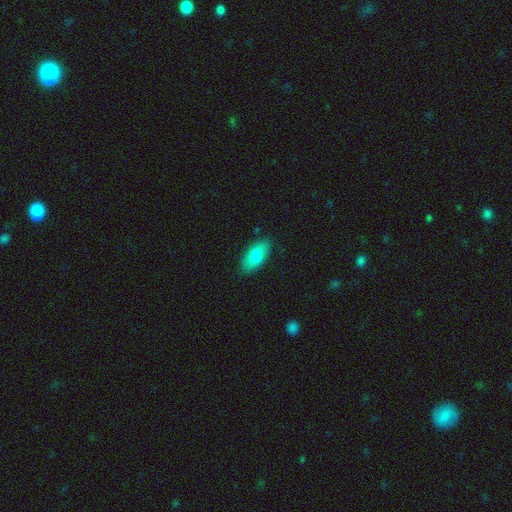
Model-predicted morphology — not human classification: Q: Smooth or featured?
A: smooth (78%); runner-up: featured or disk (16%)
Q: How rounded?
A: in between (91%); runner-up: cigar-shaped (6%)
Q: Merging?
A: none (84%); runner-up: minor disturbance (12%)